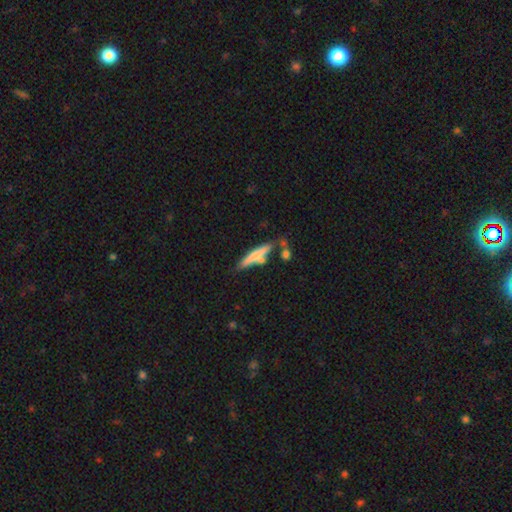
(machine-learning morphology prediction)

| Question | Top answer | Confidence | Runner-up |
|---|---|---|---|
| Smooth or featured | smooth | 59% | featured or disk (35%) |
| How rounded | cigar-shaped | 90% | in between (9%) |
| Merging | none | 62% | merger (18%) |